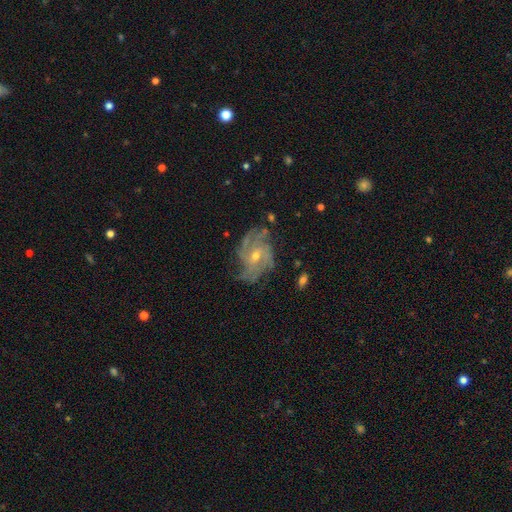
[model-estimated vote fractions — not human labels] featured or disk 85%, star or artifact 8%, smooth 7%. Down the decision tree: edge-on disk — no (98%); bar — no (63%); spiral arms — yes (95%); spiral arm count — 4 (25%, tied with 3); spiral winding — medium (43%); bulge size — small (55%); merging — none (69%).